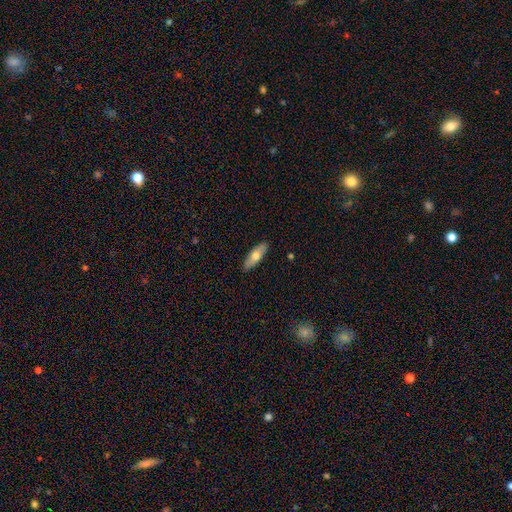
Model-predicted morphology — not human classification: A smooth galaxy with no disk features (66%) that is in between round and cigar-shaped (59%).

Vote fractions:
- Smooth or featured? smooth: 66% / featured or disk: 28% / star or artifact: 6%
- How rounded? in between: 59% / cigar-shaped: 38% / round: 2%
- Merging? none: 89% / minor disturbance: 8% / major disturbance: 2% / merger: 1%